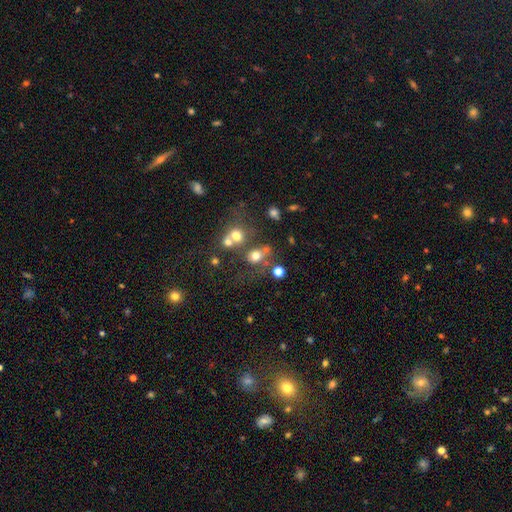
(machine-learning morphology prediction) smooth-or-featured: smooth: 67% | star or artifact: 18% | featured or disk: 15%
  how-rounded: round: 66% | in between: 32% | cigar-shaped: 2%
  merging: none: 40% | merger: 35% | minor disturbance: 13% | major disturbance: 12%